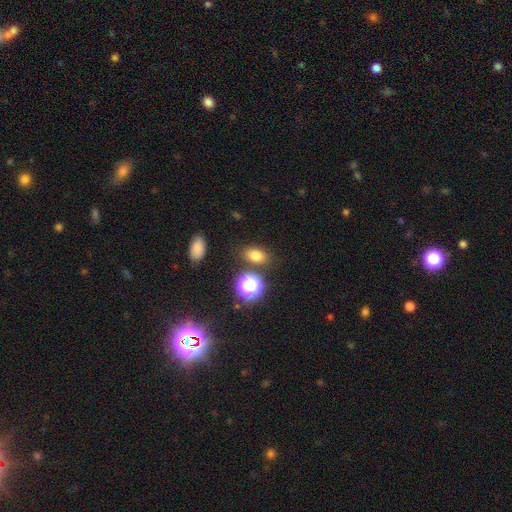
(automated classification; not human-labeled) Smooth or featured? Predicted: smooth (p=0.75). How rounded? Predicted: in between (p=0.76). Merging? Predicted: none (p=0.81).